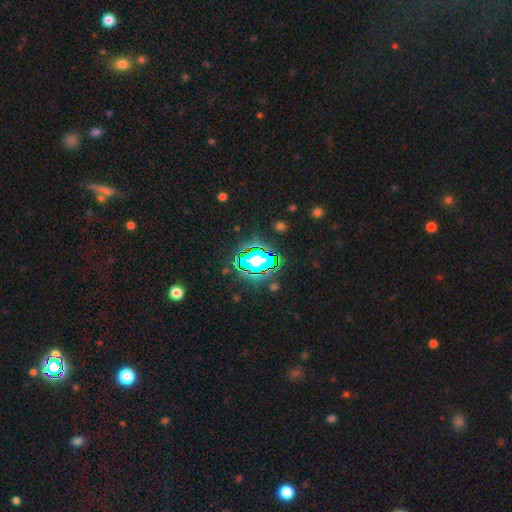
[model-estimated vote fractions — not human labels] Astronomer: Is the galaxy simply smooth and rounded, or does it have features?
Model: star or artifact — 60%.